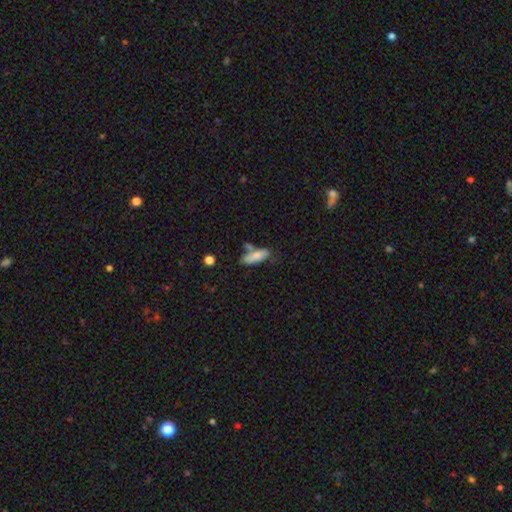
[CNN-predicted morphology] Overall: smooth (78%). How rounded: in between (68%; cigar-shaped 30%). Merging: none (48%; minor disturbance 23%).